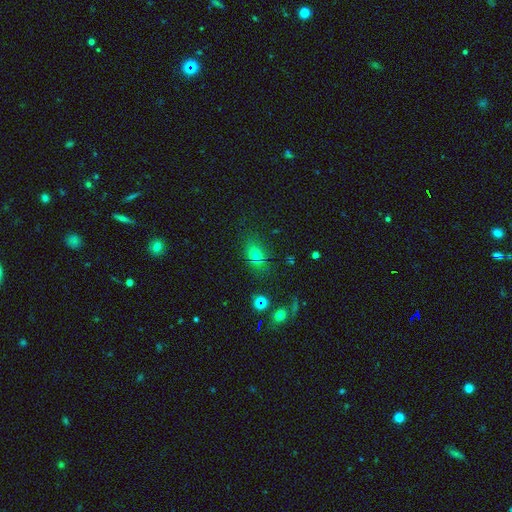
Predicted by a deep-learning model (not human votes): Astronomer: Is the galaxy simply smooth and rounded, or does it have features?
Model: smooth — 68%.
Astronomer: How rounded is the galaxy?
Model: in between — 69%.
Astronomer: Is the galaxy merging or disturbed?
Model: none — 74%.